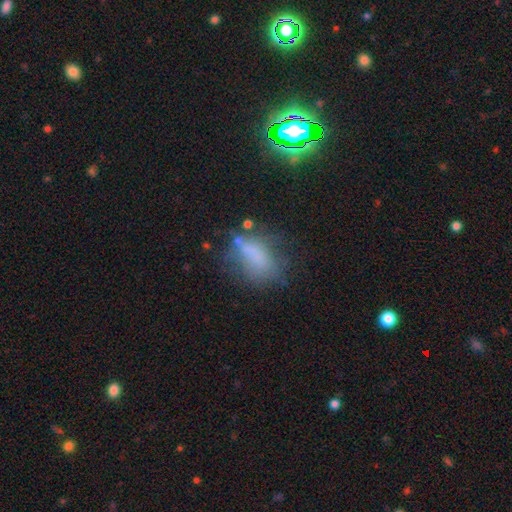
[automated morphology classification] Overall: smooth (57%; featured or disk 25%). How rounded: in between (79%). Merging: none (41%; minor disturbance 27%).